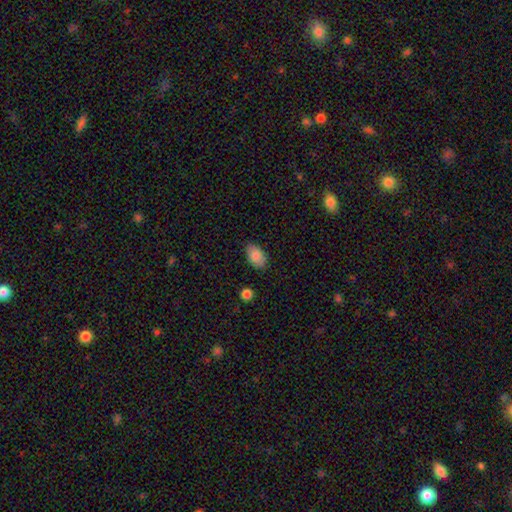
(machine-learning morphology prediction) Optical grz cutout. It shows a smooth galaxy with no disk features (86%) that is in between round and cigar-shaped (91%). Merging: none (81%).